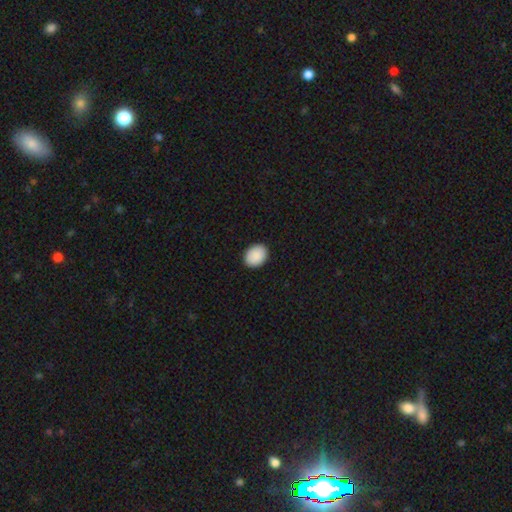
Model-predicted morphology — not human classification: A smooth galaxy with no disk features (91%) that is in between round and cigar-shaped (55%). Merging: none (91%).